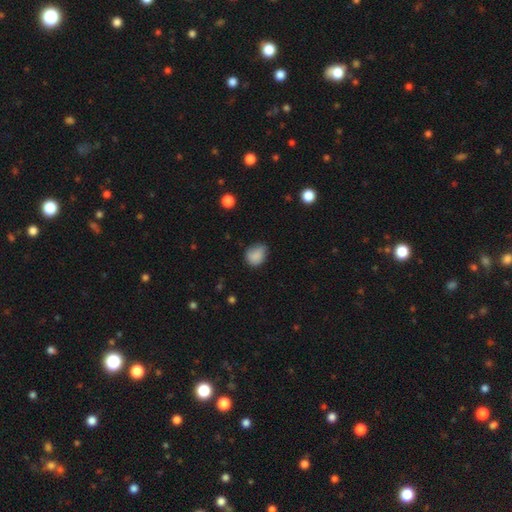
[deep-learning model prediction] smooth 85%, star or artifact 9%, featured or disk 6%. Down the decision tree: how rounded — round (50%); merging — none (60%).